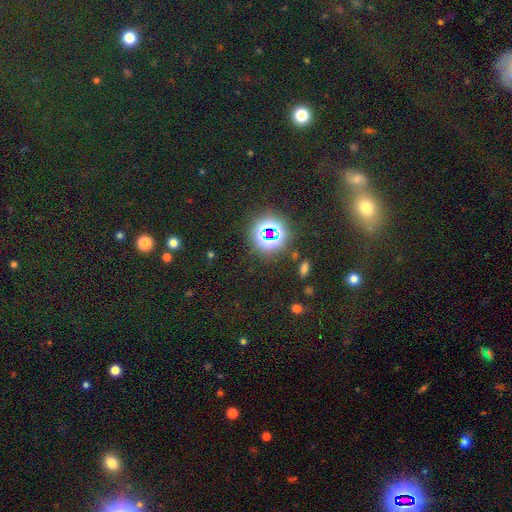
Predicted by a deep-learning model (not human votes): Smooth or featured?
  - star or artifact: 66% *
  - smooth: 25%
  - featured or disk: 9%